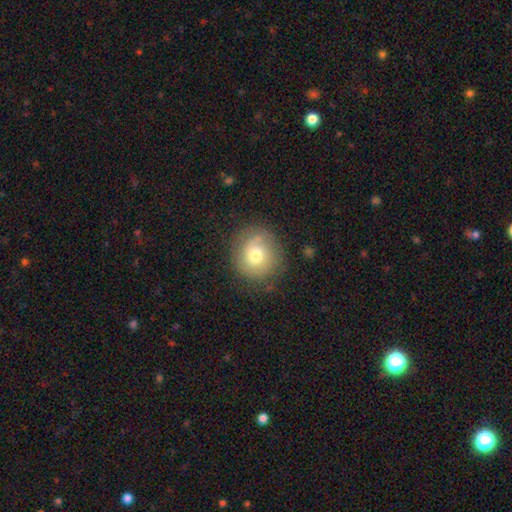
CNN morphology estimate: Smooth or featured?
  - smooth: 62% *
  - featured or disk: 29%
  - star or artifact: 10%
How rounded?
  - round: 86% *
  - in between: 13%
  - cigar-shaped: 1%
Merging?
  - none: 79% *
  - minor disturbance: 14%
  - major disturbance: 5%
  - merger: 1%